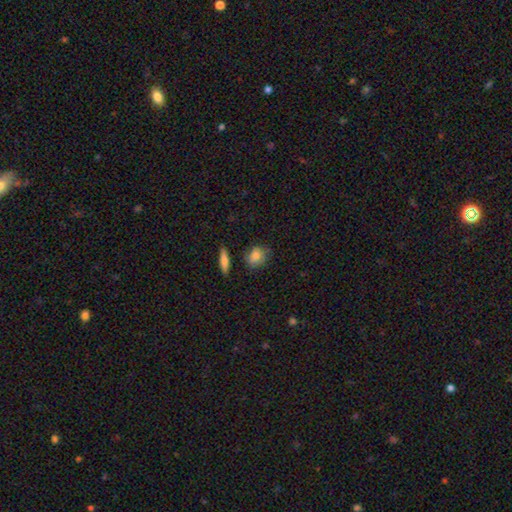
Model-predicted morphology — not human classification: smooth_or_featured: smooth (p=0.82) [alt: featured or disk p=0.10]
how_rounded: round (p=0.54) [alt: in between p=0.42]
merging: none (p=0.72) [alt: minor disturbance p=0.19]